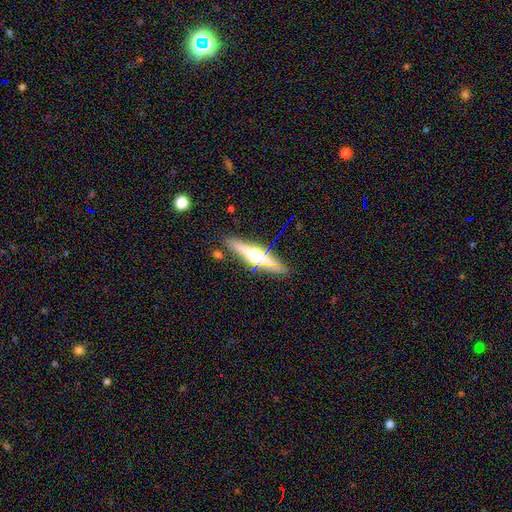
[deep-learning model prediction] This is likely a featured or disk galaxy (64%). It is clearly viewed edge-on (95%). Edge-on bulge: clearly rounded (91%). Merging: clearly none (85%).